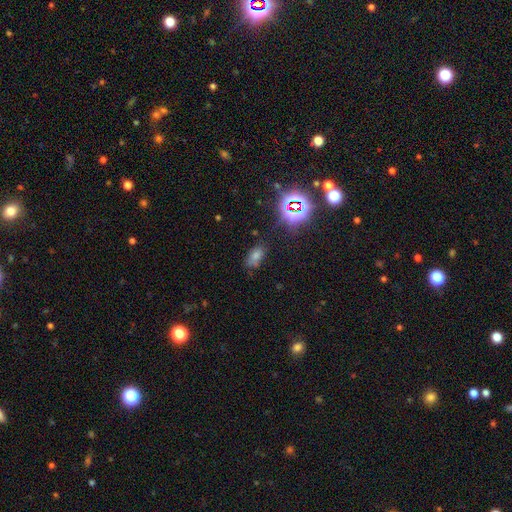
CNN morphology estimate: Overall: smooth (47%; star or artifact 41%). Merging: none (75%).